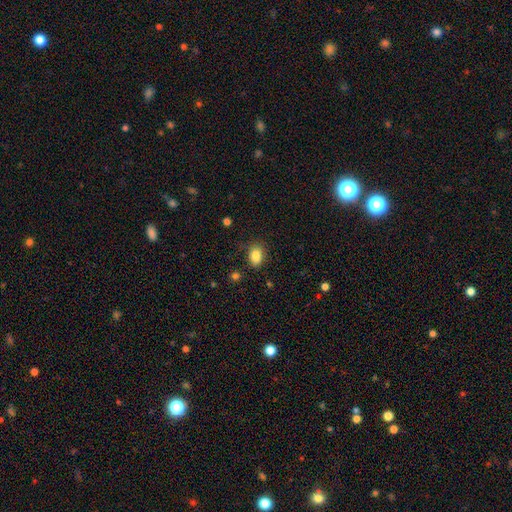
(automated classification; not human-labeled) The model was most divided on "merging": none: 74%, minor disturbance: 19%, major disturbance: 5%, merger: 3%. More confident: smooth or featured — smooth (85%); how rounded — in between (78%).